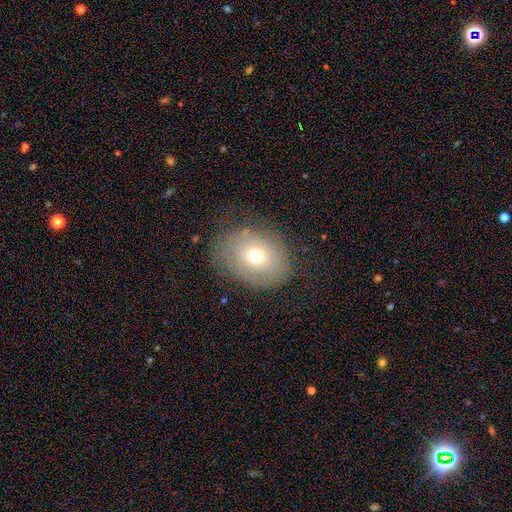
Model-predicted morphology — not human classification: Overall: smooth (63%; featured or disk 25%). How rounded: in between (60%; round 39%). Merging: none (68%).